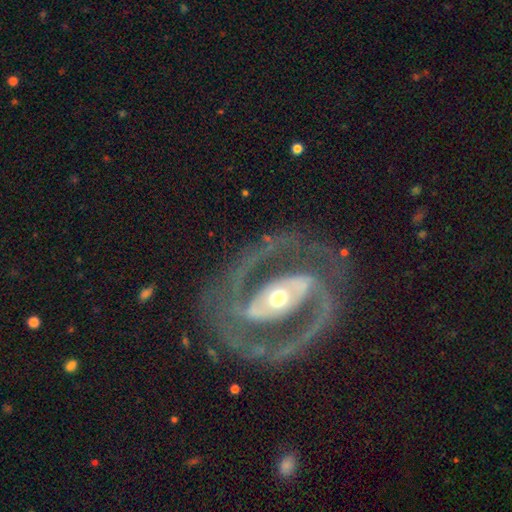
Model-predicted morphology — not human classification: This is clearly a featured or disk galaxy (90%). It is clearly not viewed edge-on (96%). Bar: possibly strong (52%). Spiral arm pattern: clearly yes (91%). Spiral arm count: clearly 2 (89%). Spiral winding: possibly medium (49%). Central bulge: possibly moderate (50%). Merging: likely none (76%).